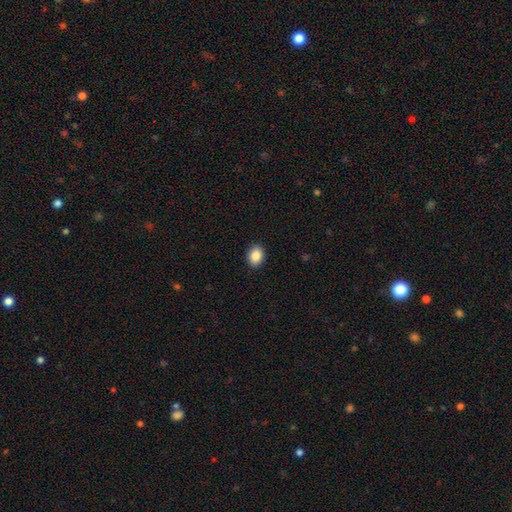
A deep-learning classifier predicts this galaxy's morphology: Overall: smooth (87%). How rounded: in between (63%; round 36%). Merging: none (91%).